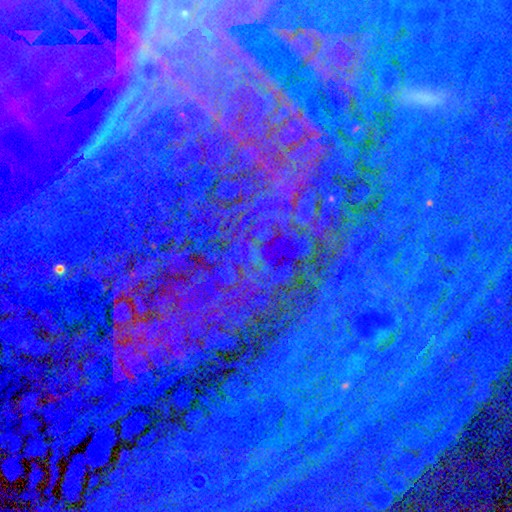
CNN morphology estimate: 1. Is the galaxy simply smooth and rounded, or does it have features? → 83% star or artifact, 9% smooth, 8% featured or disk.